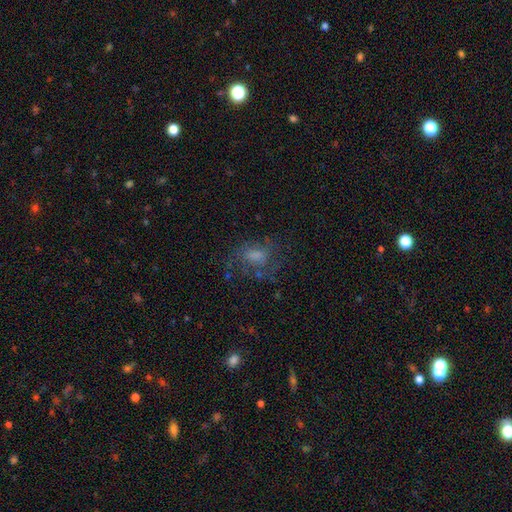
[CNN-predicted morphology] Smooth or featured?
  - smooth: 43% *
  - featured or disk: 42%
  - star or artifact: 15%
Merging?
  - none: 54% *
  - major disturbance: 23%
  - minor disturbance: 21%
  - merger: 2%